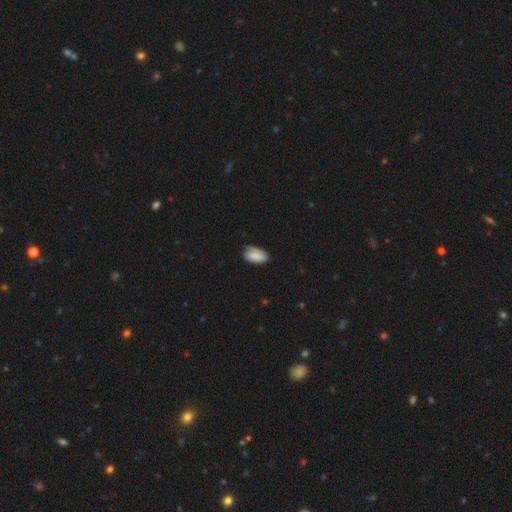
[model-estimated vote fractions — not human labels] This is clearly a smooth galaxy (82%). How rounded: clearly in between (94%). Merging: likely none (70%).